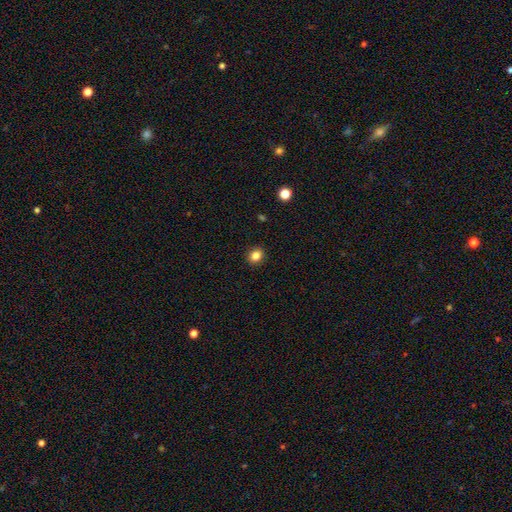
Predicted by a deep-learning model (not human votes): A smooth galaxy with no disk features (84%) that is round (71%).

Vote fractions:
- Smooth or featured? smooth: 84% / star or artifact: 11% / featured or disk: 5%
- How rounded? round: 71% / in between: 28% / cigar-shaped: 1%
- Merging? none: 91% / minor disturbance: 6% / major disturbance: 2% / merger: 1%